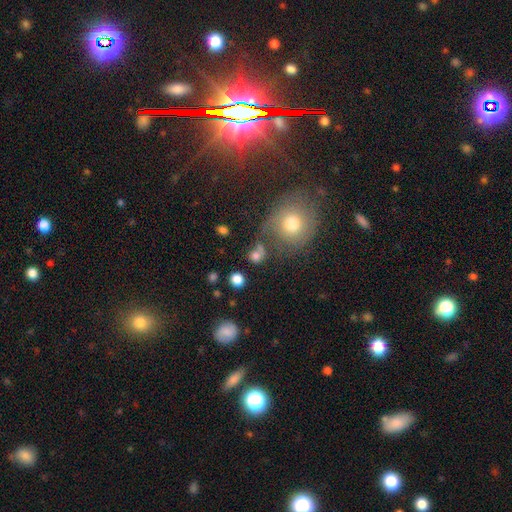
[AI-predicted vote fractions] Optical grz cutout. It shows a smooth galaxy with no disk features (74%) that is round (82%). Merging: none (55%).